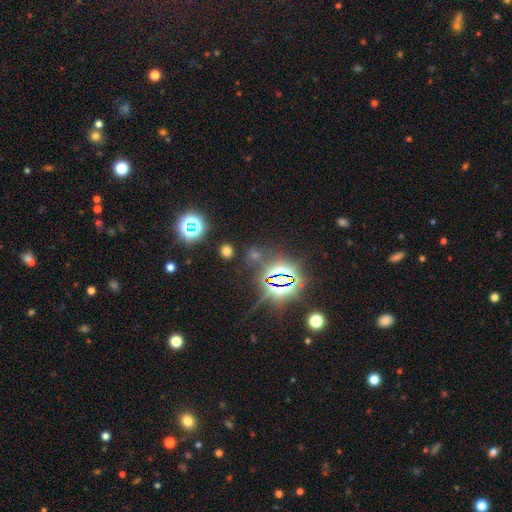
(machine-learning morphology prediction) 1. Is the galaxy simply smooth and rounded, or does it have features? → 76% star or artifact, 16% smooth, 8% featured or disk.